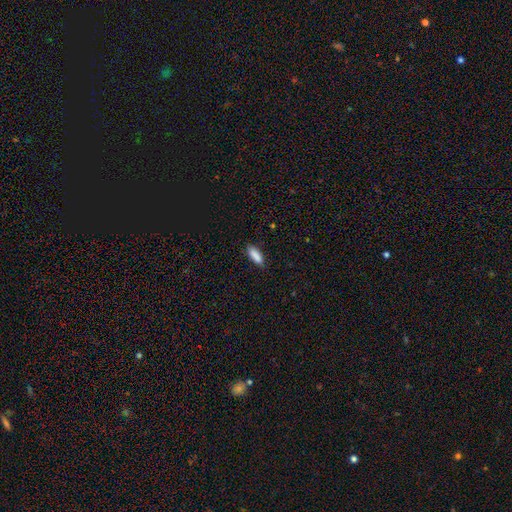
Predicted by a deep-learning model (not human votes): Smooth or featured? smooth (88%)
How rounded? in between (65%)
Merging? none (81%)